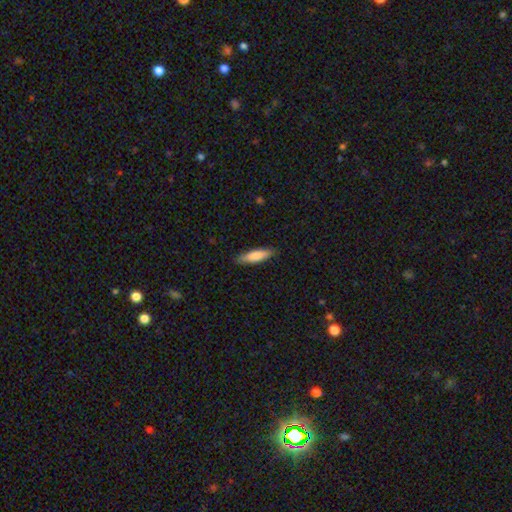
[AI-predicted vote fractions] A smooth galaxy with no disk features (81%) that is cigar-shaped (68%). Merging: none (87%).